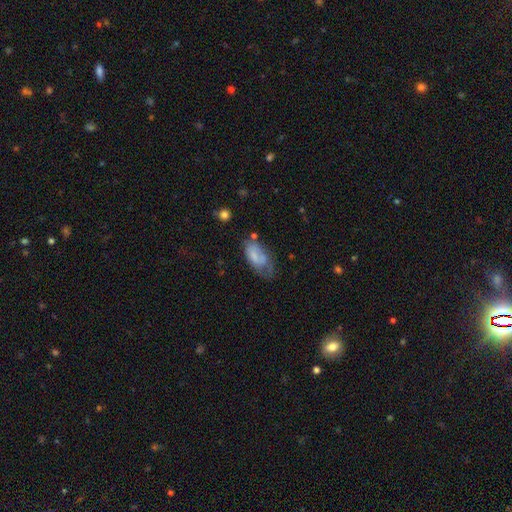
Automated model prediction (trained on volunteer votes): This appears to be a smooth galaxy with no disk features (64%) that is in between round and cigar-shaped (91%). Merging: minor disturbance (33%).